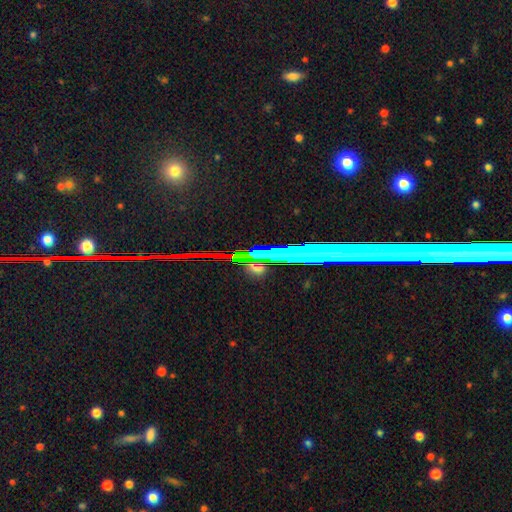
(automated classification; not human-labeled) Morphology: type=star or artifact (71%).